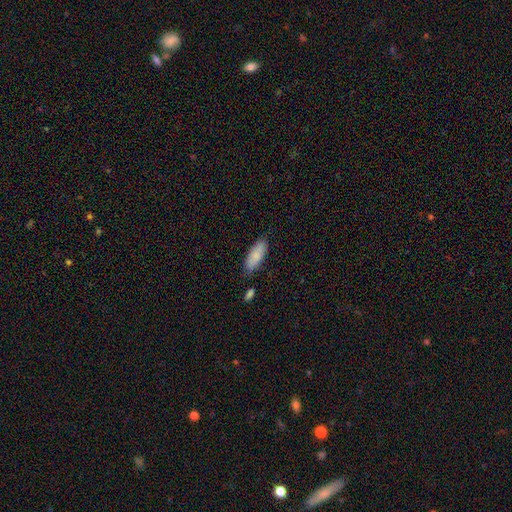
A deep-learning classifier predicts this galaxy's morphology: smooth_or_featured: smooth (p=0.84) [alt: featured or disk p=0.10]
how_rounded: in between (p=0.70) [alt: cigar-shaped p=0.28]
merging: none (p=0.77) [alt: minor disturbance p=0.16]